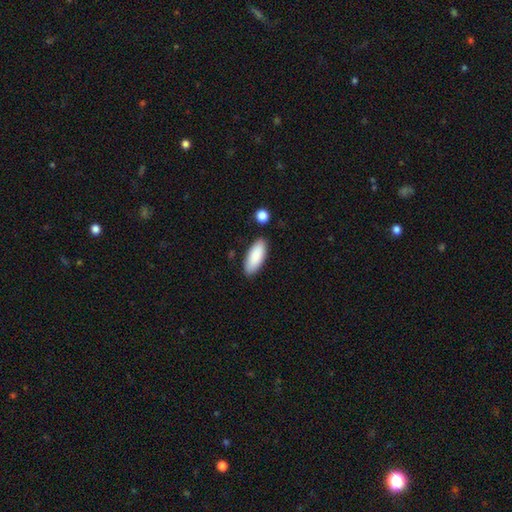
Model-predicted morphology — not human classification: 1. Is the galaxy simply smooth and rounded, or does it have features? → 88% smooth, 6% featured or disk, 6% star or artifact.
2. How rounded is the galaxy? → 80% in between, 18% cigar-shaped, 2% round.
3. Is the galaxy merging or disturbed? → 84% none, 11% minor disturbance, 3% merger, 2% major disturbance.